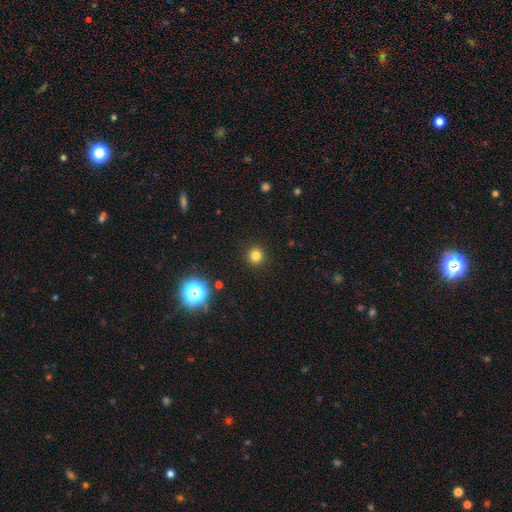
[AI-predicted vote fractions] Smooth or featured?
  - smooth: 80% *
  - star or artifact: 16%
  - featured or disk: 5%
How rounded?
  - round: 93% *
  - in between: 6%
  - cigar-shaped: 1%
Merging?
  - none: 92% *
  - minor disturbance: 5%
  - major disturbance: 2%
  - merger: 1%